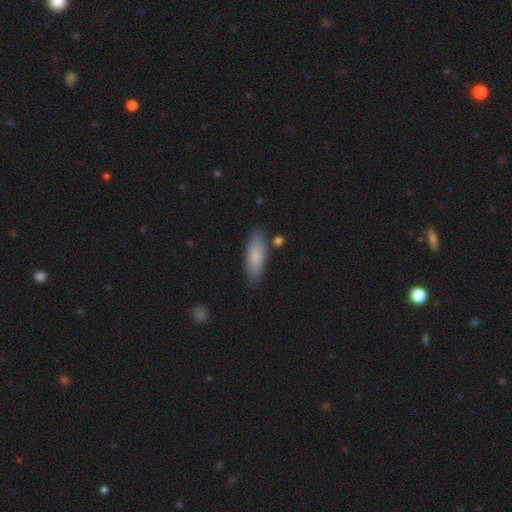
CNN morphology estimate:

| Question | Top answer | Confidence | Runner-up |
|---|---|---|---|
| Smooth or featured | smooth | 81% | featured or disk (13%) |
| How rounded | in between | 57% | cigar-shaped (41%) |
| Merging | none | 83% | minor disturbance (12%) |